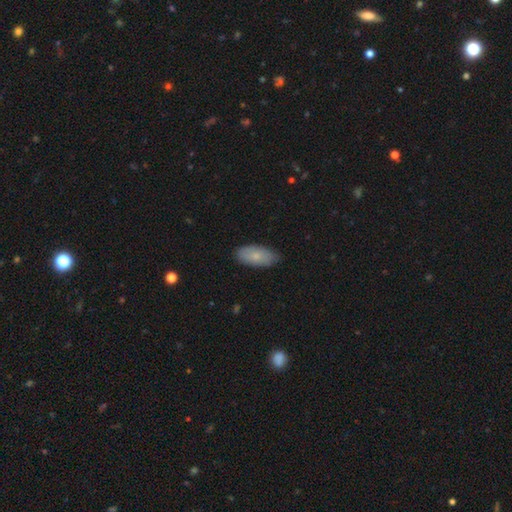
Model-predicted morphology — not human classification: type=smooth (75%); roundness=in between (91%); merging=none (82%).